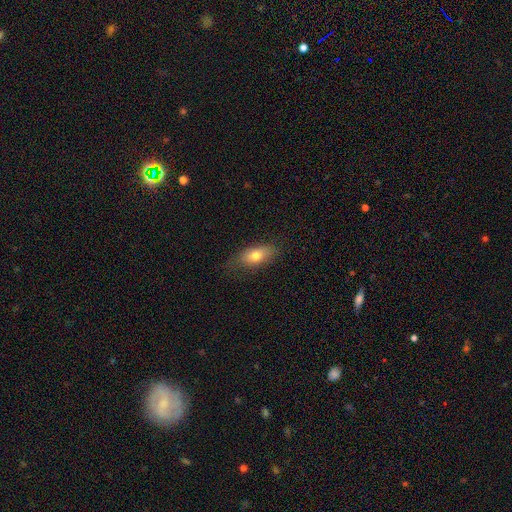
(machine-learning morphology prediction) Smooth or featured?
  - smooth: 75% *
  - featured or disk: 18%
  - star or artifact: 8%
How rounded?
  - in between: 83% *
  - cigar-shaped: 12%
  - round: 5%
Merging?
  - none: 74% *
  - minor disturbance: 20%
  - major disturbance: 5%
  - merger: 1%